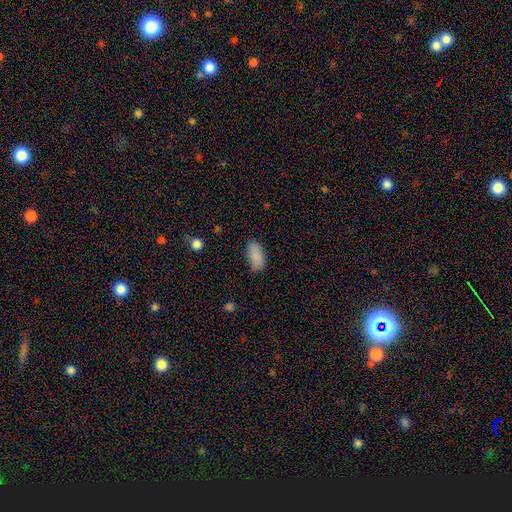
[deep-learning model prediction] This appears to be a smooth galaxy with no disk features (87%) that is in between round and cigar-shaped (93%). Merging: none (74%).